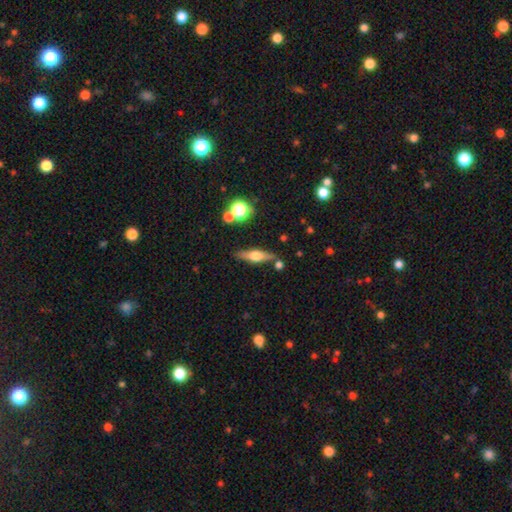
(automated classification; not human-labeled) This appears to be a featured or disk galaxy (58%) viewed edge-on (93%) with a rounded central bulge (91%). Merging: none (80%).